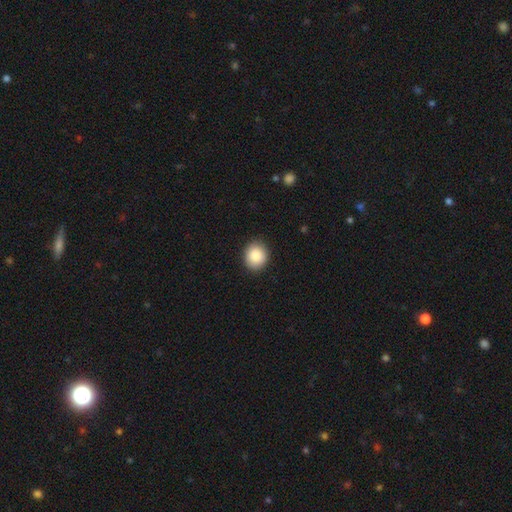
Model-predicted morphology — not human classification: Smooth or featured? smooth (87%)
How rounded? round (72%)
Merging? none (89%)